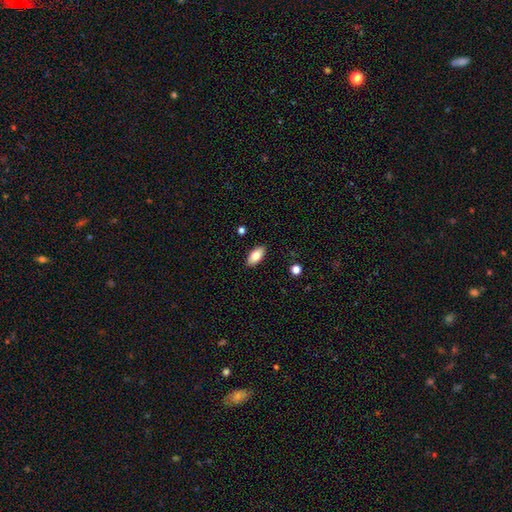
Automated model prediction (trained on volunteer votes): The model was most divided on "smooth or featured": smooth: 79%, featured or disk: 14%, star or artifact: 7%. More confident: how rounded — in between (92%); merging — none (88%).